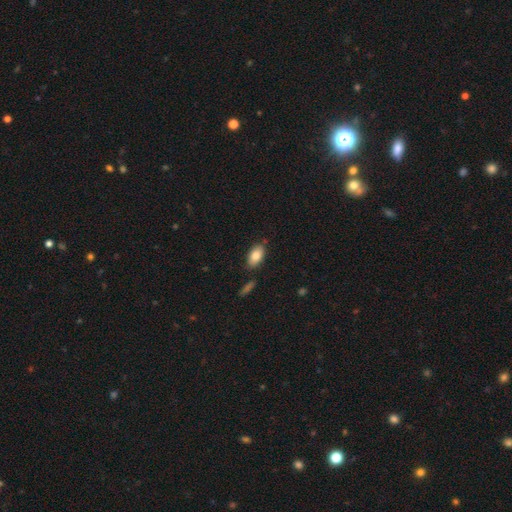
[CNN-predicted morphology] Q: Smooth or featured?
A: smooth (83%); runner-up: featured or disk (10%)
Q: How rounded?
A: in between (92%); runner-up: round (5%)
Q: Merging?
A: none (78%); runner-up: minor disturbance (14%)